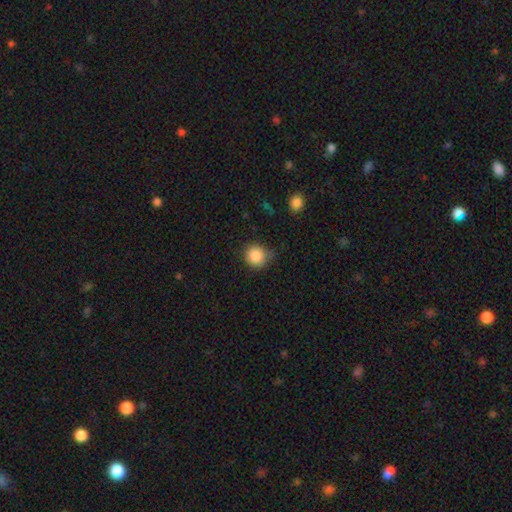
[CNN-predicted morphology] This appears to be a smooth galaxy with no disk features (87%) that is round (88%). Merging: none (74%).